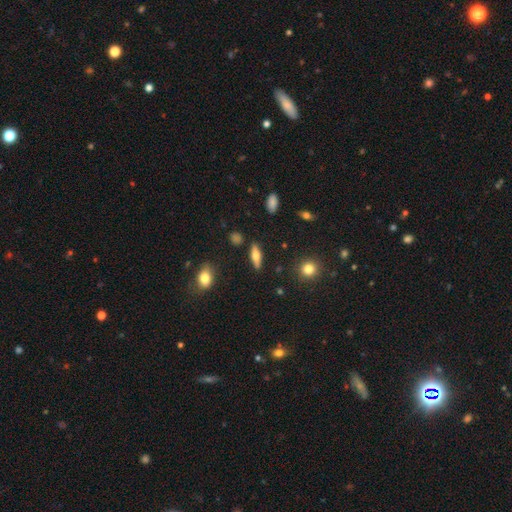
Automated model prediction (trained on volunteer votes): Morphology: type=smooth (53%); roundness=cigar-shaped (51%); merging=none (87%).